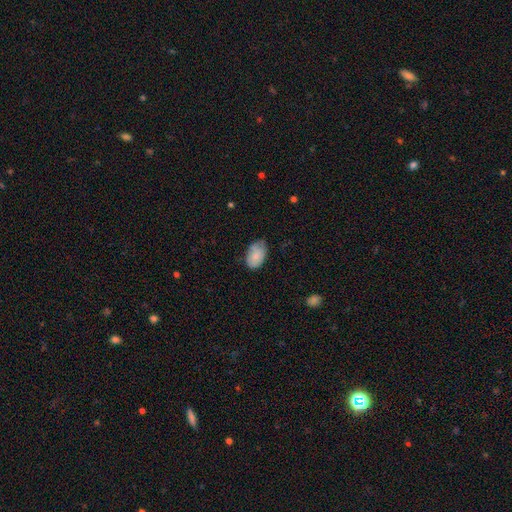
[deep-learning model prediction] smooth 78%, featured or disk 16%, star or artifact 7%. Down the decision tree: how rounded — in between (91%); merging — none (64%).